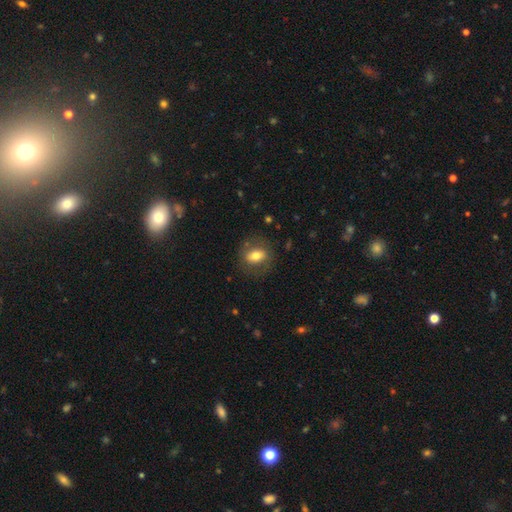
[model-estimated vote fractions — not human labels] Smooth or featured?
  - smooth: 68% *
  - featured or disk: 24%
  - star or artifact: 8%
How rounded?
  - in between: 65% *
  - round: 33%
  - cigar-shaped: 2%
Merging?
  - none: 78% *
  - minor disturbance: 13%
  - major disturbance: 7%
  - merger: 1%